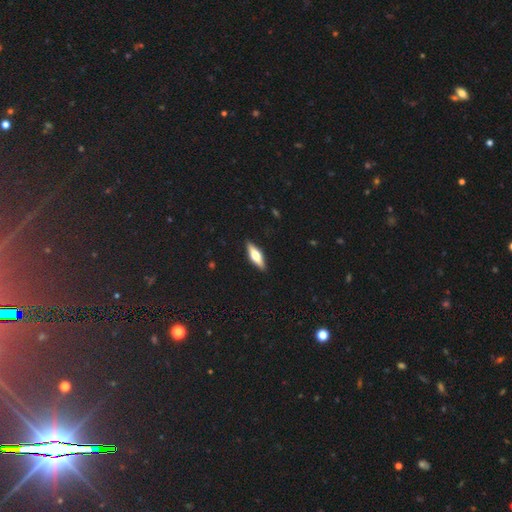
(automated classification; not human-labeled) Smooth or featured?
  - featured or disk: 52% *
  - smooth: 42%
  - star or artifact: 6%
Edge-on disk?
  - yes: 94% *
  - no: 6%
Merging?
  - none: 90% *
  - minor disturbance: 7%
  - major disturbance: 2%
  - merger: 1%